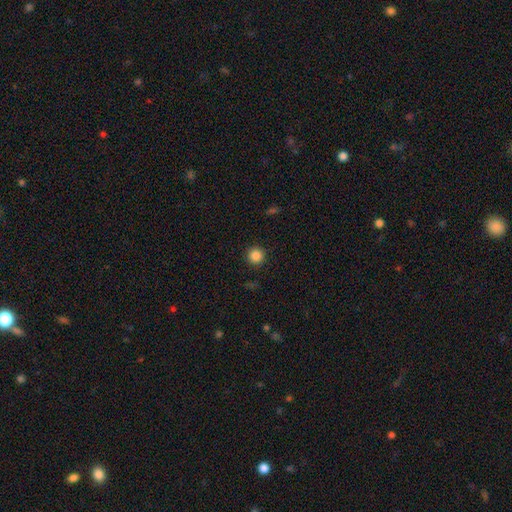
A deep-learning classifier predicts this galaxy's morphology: Smooth or featured?
  - smooth: 86% *
  - star or artifact: 11%
  - featured or disk: 3%
How rounded?
  - round: 95% *
  - in between: 4%
  - cigar-shaped: 1%
Merging?
  - none: 92% *
  - minor disturbance: 5%
  - major disturbance: 2%
  - merger: 1%